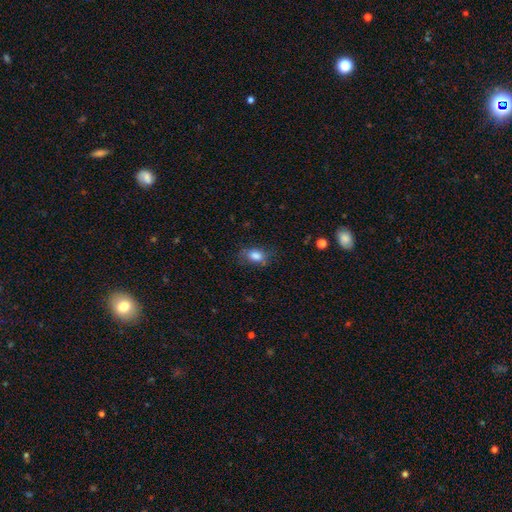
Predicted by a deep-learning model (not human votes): This appears to be a smooth galaxy with no disk features (81%) that is in between round and cigar-shaped (81%). Merging: none (67%).